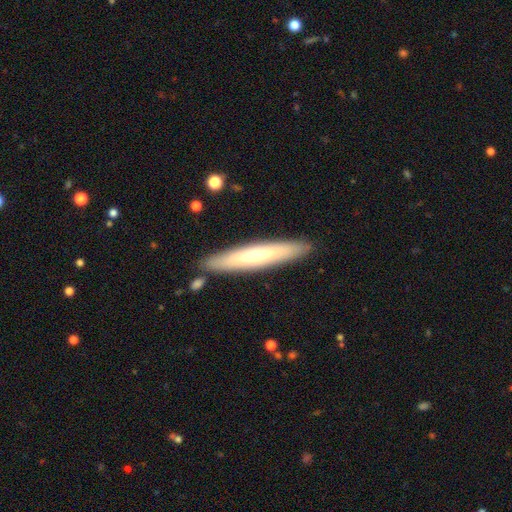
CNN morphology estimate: Smooth or featured?
  - smooth: 58% *
  - featured or disk: 37%
  - star or artifact: 5%
How rounded?
  - cigar-shaped: 89% *
  - in between: 10%
  - round: 1%
Merging?
  - none: 88% *
  - minor disturbance: 8%
  - merger: 2%
  - major disturbance: 2%